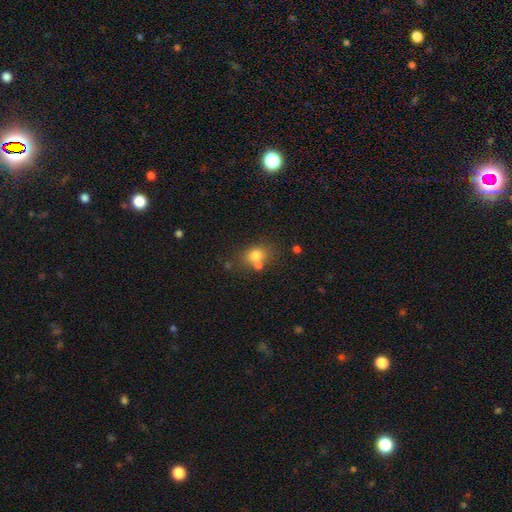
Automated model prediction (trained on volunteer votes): Morphology: type=smooth (75%); roundness=round (54%); merging=none (58%).